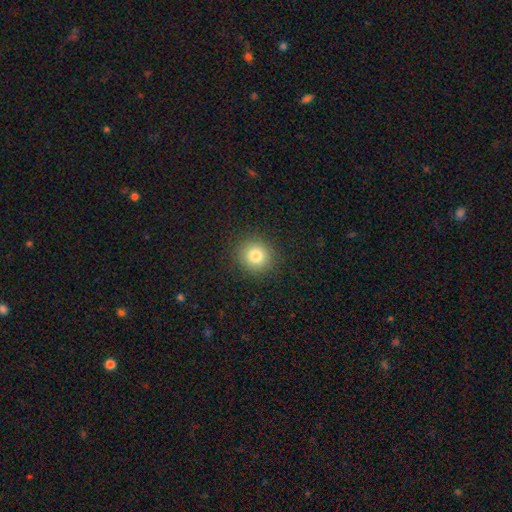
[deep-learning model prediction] Smooth or featured?
  - smooth: 82% *
  - star or artifact: 12%
  - featured or disk: 7%
How rounded?
  - round: 91% *
  - in between: 8%
  - cigar-shaped: 1%
Merging?
  - none: 90% *
  - minor disturbance: 6%
  - major disturbance: 2%
  - merger: 1%